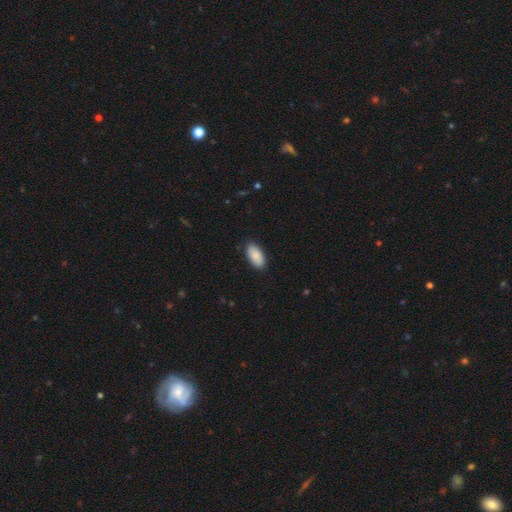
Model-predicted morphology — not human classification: Smooth or featured? smooth (90%)
How rounded? in between (95%)
Merging? none (87%)